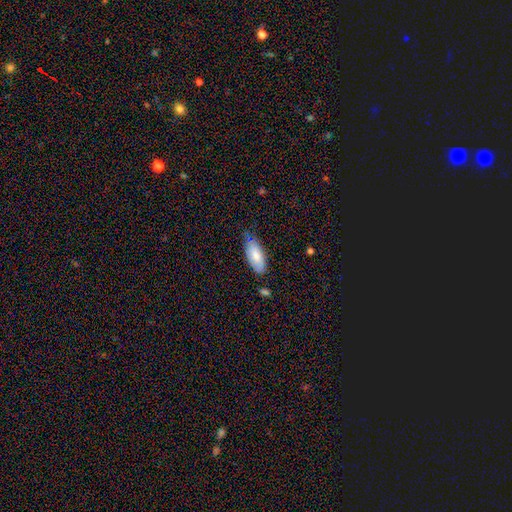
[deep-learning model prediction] Smooth or featured? smooth (79%)
How rounded? in between (87%)
Merging? none (67%)